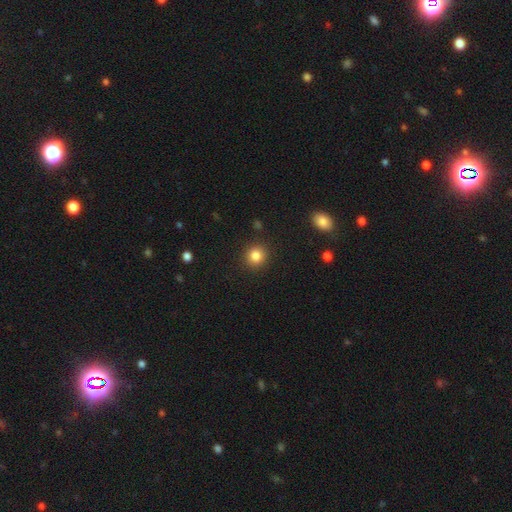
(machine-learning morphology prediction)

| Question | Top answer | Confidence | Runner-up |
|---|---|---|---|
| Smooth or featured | smooth | 84% | star or artifact (11%) |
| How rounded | round | 87% | in between (13%) |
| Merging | none | 90% | minor disturbance (6%) |